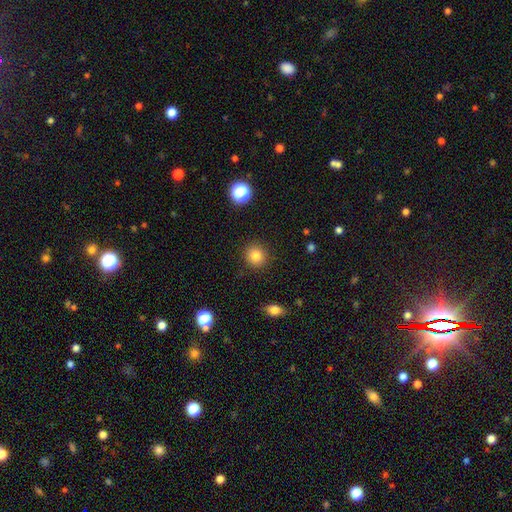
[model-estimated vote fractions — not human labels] smooth_or_featured: smooth (p=0.83) [alt: star or artifact p=0.11]
how_rounded: round (p=0.90) [alt: in between p=0.09]
merging: none (p=0.91) [alt: minor disturbance p=0.06]